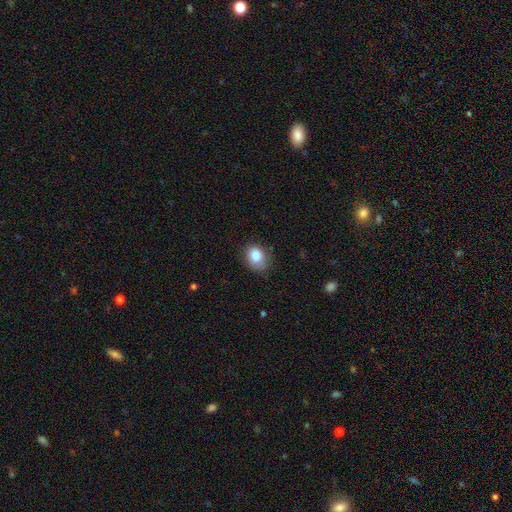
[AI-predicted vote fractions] Smooth or featured: smooth — 84% (star or artifact — 9%)
How rounded: in between — 55% (round — 44%)
Merging: none — 68% (minor disturbance — 24%)